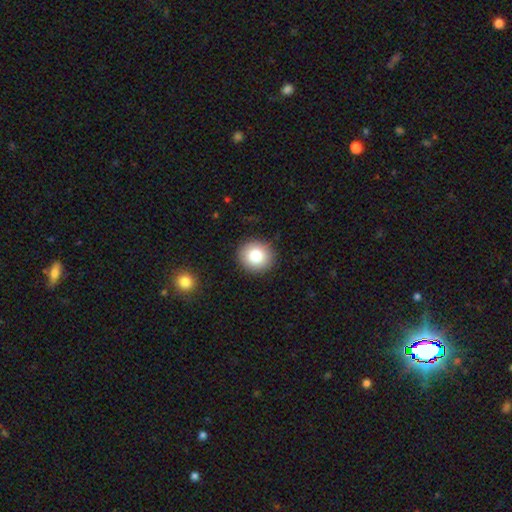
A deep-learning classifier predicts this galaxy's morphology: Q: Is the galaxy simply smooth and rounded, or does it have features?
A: smooth — 84%.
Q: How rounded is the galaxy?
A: round — 86%.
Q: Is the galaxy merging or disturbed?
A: none — 90%.